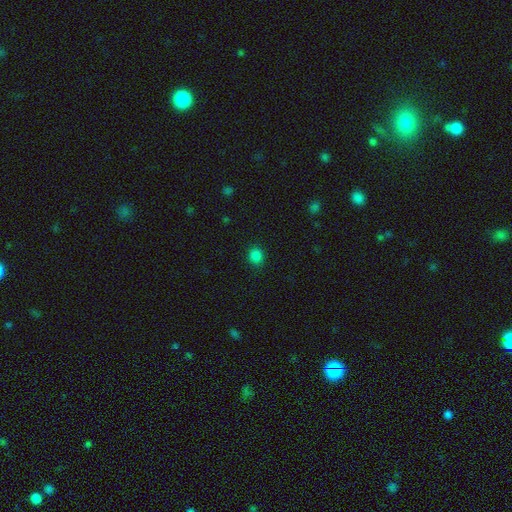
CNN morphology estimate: This is clearly a smooth galaxy (83%). How rounded: clearly round (81%). Merging: clearly none (91%).